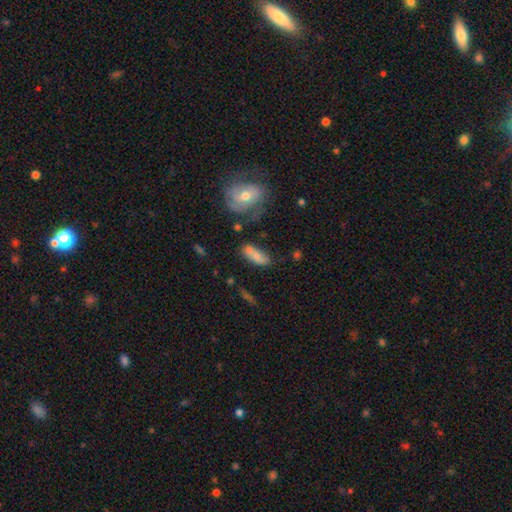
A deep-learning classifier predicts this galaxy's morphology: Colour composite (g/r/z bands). It shows a smooth galaxy with no disk features (62%) that is in between round and cigar-shaped (77%). Merging: none (51%).